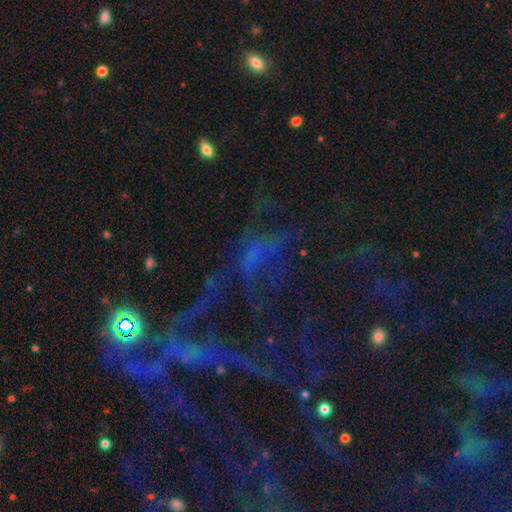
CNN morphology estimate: star or artifact 59%, featured or disk 23%, smooth 18%.